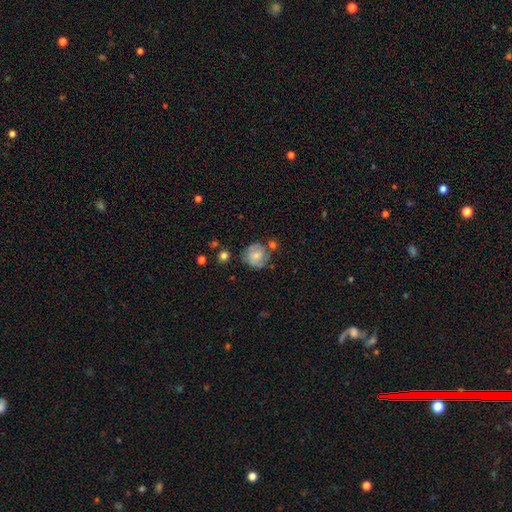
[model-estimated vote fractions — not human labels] Smooth or featured? Predicted: smooth (p=0.60). How rounded? Predicted: round (p=0.83). Merging? Predicted: none (p=0.57).